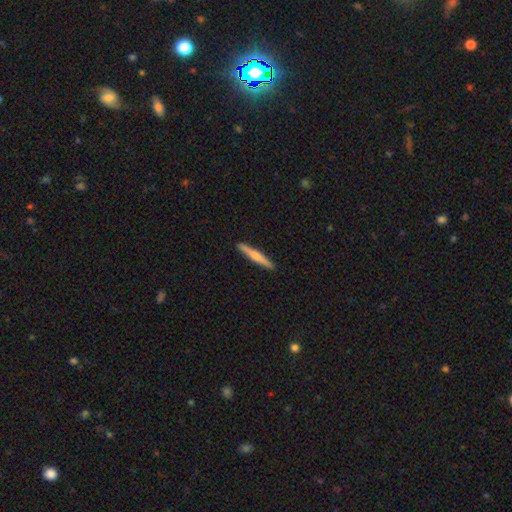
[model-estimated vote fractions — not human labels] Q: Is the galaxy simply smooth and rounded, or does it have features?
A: smooth — 58%.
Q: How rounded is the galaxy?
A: cigar-shaped — 95%.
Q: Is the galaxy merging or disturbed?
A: none — 91%.